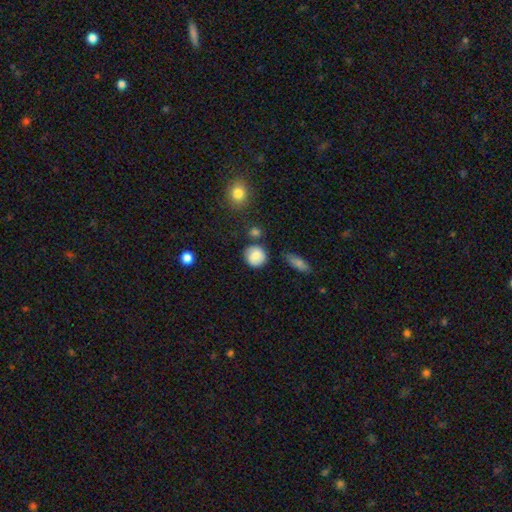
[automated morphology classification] The model was most divided on "smooth or featured": smooth: 75%, featured or disk: 17%, star or artifact: 9%. More confident: how rounded — round (87%); merging — none (77%).